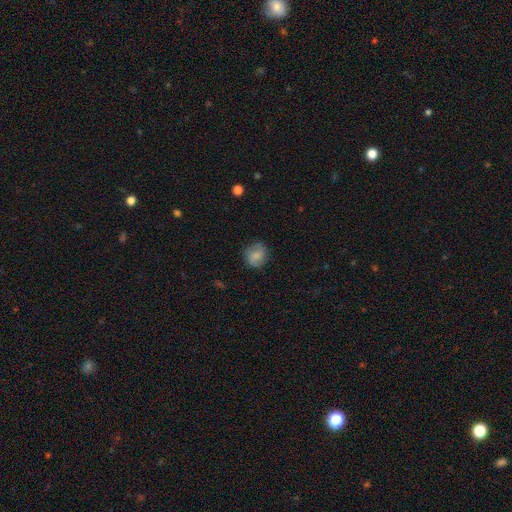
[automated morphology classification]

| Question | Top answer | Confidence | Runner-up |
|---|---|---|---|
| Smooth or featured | smooth | 60% | featured or disk (32%) |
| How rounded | round | 78% | in between (21%) |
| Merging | none | 80% | minor disturbance (15%) |